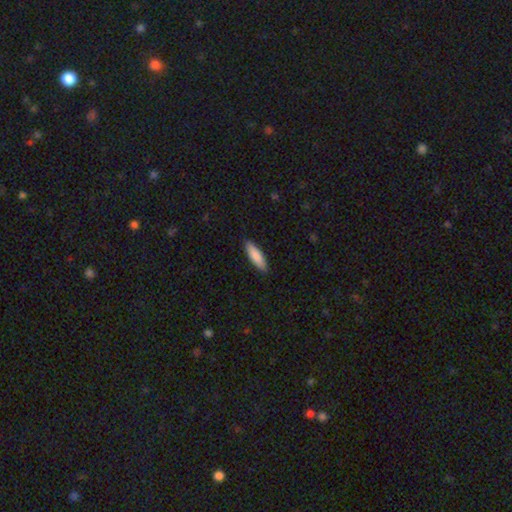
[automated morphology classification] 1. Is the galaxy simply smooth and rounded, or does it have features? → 86% smooth, 8% featured or disk, 5% star or artifact.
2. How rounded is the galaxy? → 61% cigar-shaped, 38% in between, 1% round.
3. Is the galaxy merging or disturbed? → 90% none, 8% minor disturbance, 2% major disturbance, 1% merger.